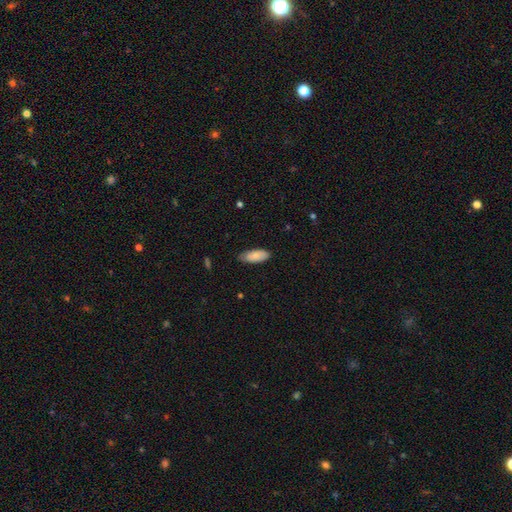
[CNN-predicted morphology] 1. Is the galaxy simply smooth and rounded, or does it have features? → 80% smooth, 14% featured or disk, 6% star or artifact.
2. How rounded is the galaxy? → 85% in between, 13% cigar-shaped, 2% round.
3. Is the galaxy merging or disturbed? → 73% none, 23% minor disturbance, 3% major disturbance, 1% merger.